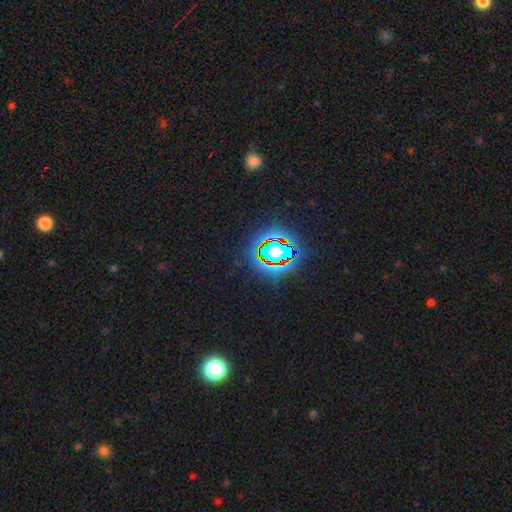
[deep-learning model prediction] Overall: star or artifact (78%).